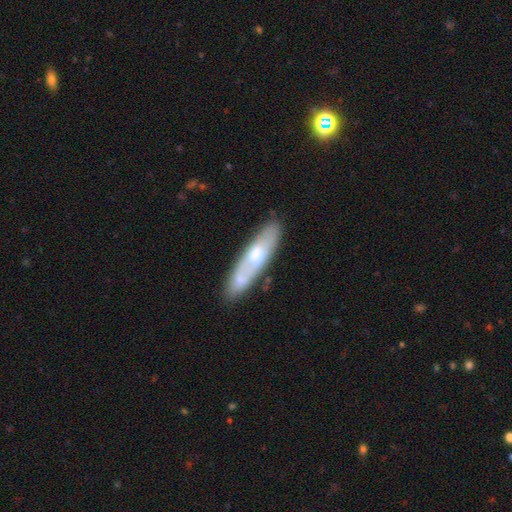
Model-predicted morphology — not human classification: This appears to be a smooth galaxy with no disk features (50%) that is cigar-shaped (70%). Merging: none (73%).